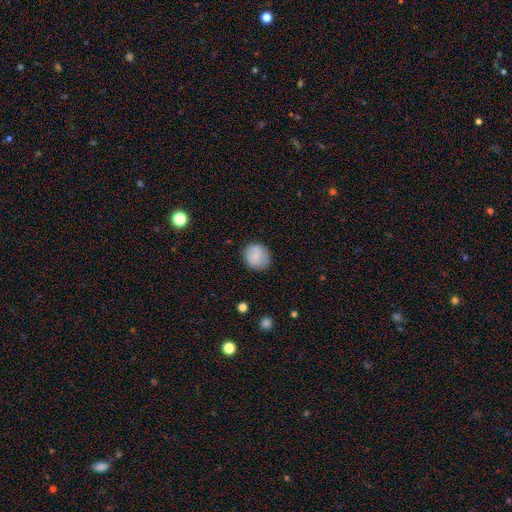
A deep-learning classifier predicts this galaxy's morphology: This appears to be a smooth galaxy with no disk features (82%) that is round (83%). Merging: none (85%).